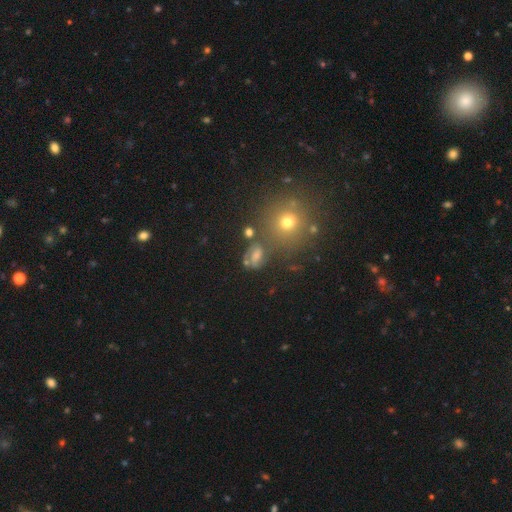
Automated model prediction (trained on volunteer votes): Morphology: type=smooth (45%); merging=none (47%).